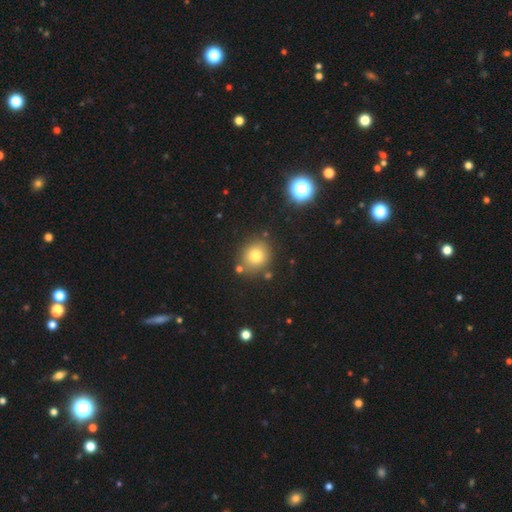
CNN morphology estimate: Q: Smooth or featured?
A: smooth (76%); runner-up: star or artifact (14%)
Q: How rounded?
A: round (81%); runner-up: in between (18%)
Q: Merging?
A: none (81%); runner-up: minor disturbance (10%)